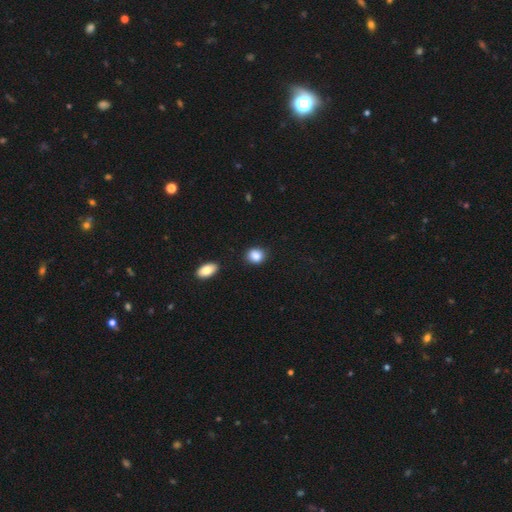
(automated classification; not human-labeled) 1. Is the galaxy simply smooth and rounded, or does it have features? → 88% smooth, 8% star or artifact, 4% featured or disk.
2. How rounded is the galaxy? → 58% round, 40% in between, 1% cigar-shaped.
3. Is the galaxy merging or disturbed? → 84% none, 11% minor disturbance, 3% merger, 3% major disturbance.